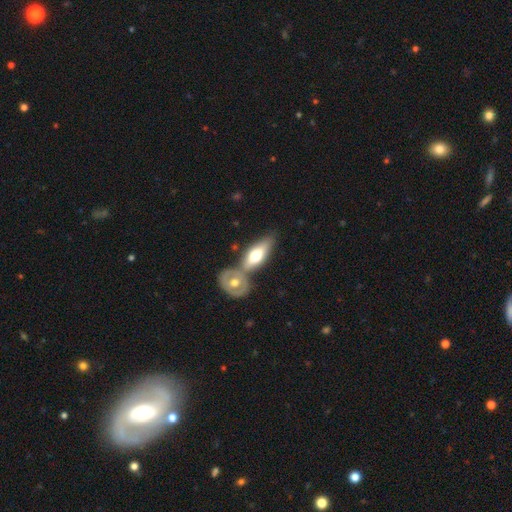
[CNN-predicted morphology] A smooth galaxy with no disk features (53%) that is in between round and cigar-shaped (75%).

Vote fractions:
- Smooth or featured? smooth: 53% / featured or disk: 42% / star or artifact: 5%
- How rounded? in between: 75% / cigar-shaped: 21% / round: 4%
- Merging? none: 43% / merger: 40% / minor disturbance: 12% / major disturbance: 4%